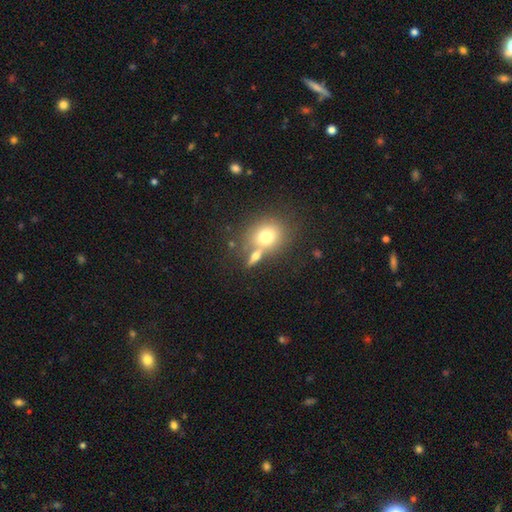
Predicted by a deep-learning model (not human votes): A smooth galaxy with no disk features (69%) that is round (52%).

Vote fractions:
- Smooth or featured? smooth: 69% / featured or disk: 20% / star or artifact: 11%
- How rounded? round: 52% / in between: 39% / cigar-shaped: 9%
- Merging? none: 51% / merger: 33% / minor disturbance: 11% / major disturbance: 5%